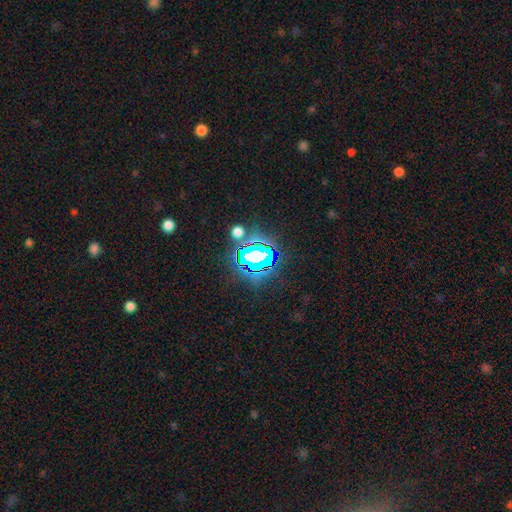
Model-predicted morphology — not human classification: Q: Smooth or featured?
A: star or artifact (72%); runner-up: smooth (16%)